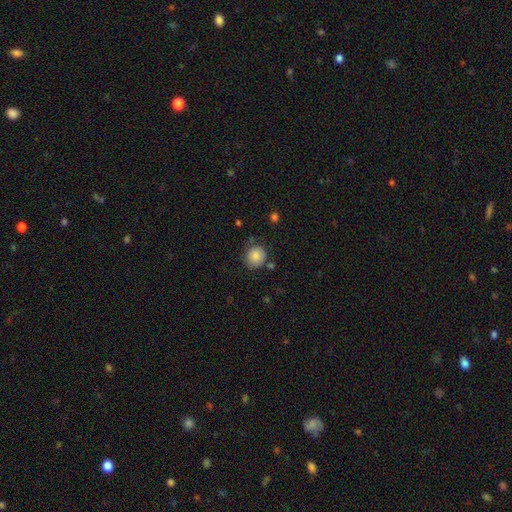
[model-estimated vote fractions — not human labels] A smooth galaxy with no disk features (85%) that is round (86%). Merging: none (77%).